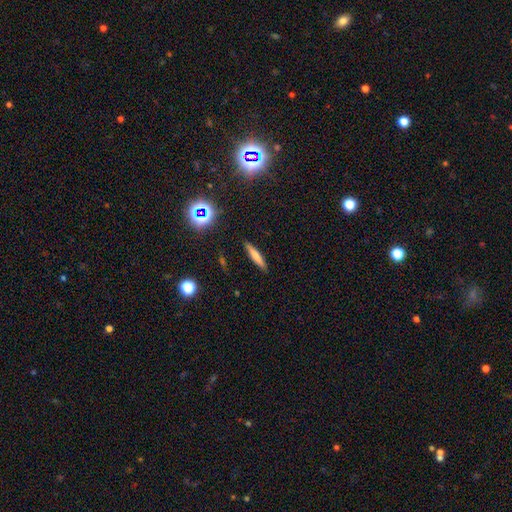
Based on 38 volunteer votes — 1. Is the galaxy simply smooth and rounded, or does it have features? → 71% smooth, 21% featured or disk, 8% star or artifact.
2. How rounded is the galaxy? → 85% cigar-shaped, 7% round, 7% in between.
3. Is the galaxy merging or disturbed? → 89% none, 6% minor disturbance, 3% major disturbance, 3% merger.